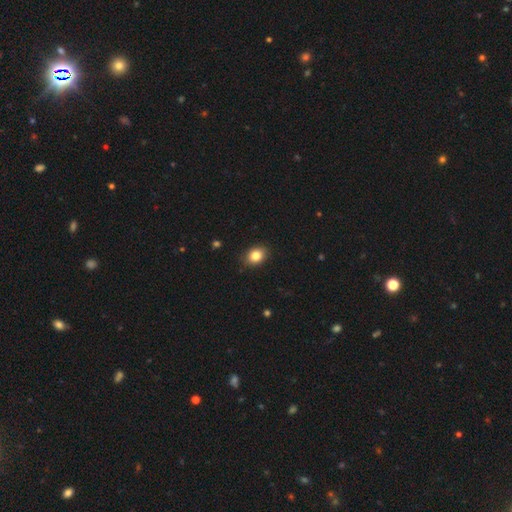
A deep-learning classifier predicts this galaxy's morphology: Smooth or featured? Predicted: smooth (p=0.83). How rounded? Predicted: in between (p=0.60). Merging? Predicted: none (p=0.87).